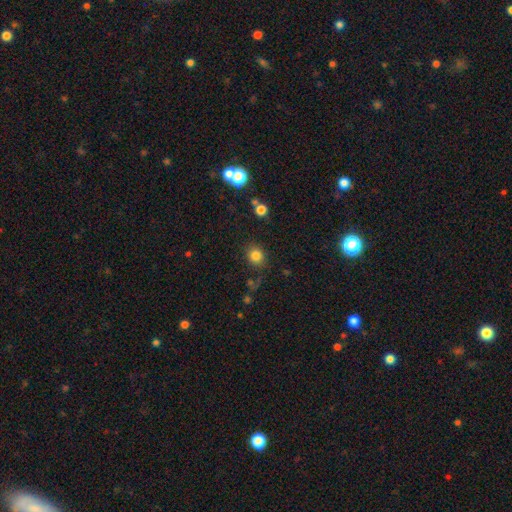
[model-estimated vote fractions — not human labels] Smooth or featured?
  - smooth: 82% *
  - star or artifact: 13%
  - featured or disk: 5%
How rounded?
  - round: 79% *
  - in between: 20%
  - cigar-shaped: 1%
Merging?
  - none: 81% *
  - minor disturbance: 11%
  - major disturbance: 4%
  - merger: 3%